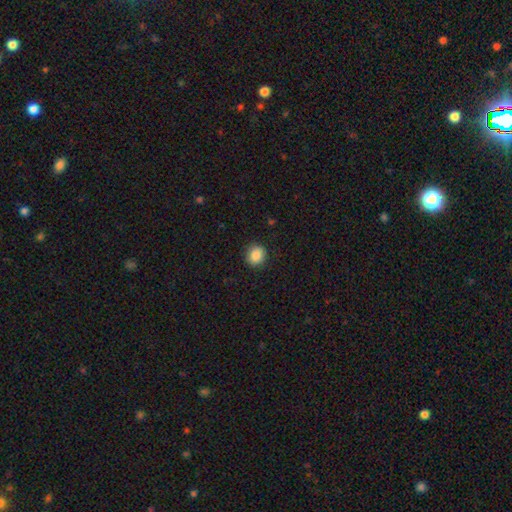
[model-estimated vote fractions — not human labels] This is clearly a smooth galaxy (88%). How rounded: clearly round (80%). Merging: clearly none (89%).